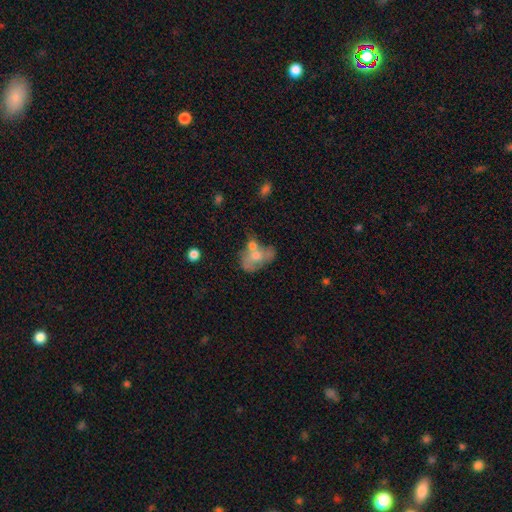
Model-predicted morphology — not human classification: This appears to be a smooth galaxy with no disk features (49%). Merging: merger (50%).